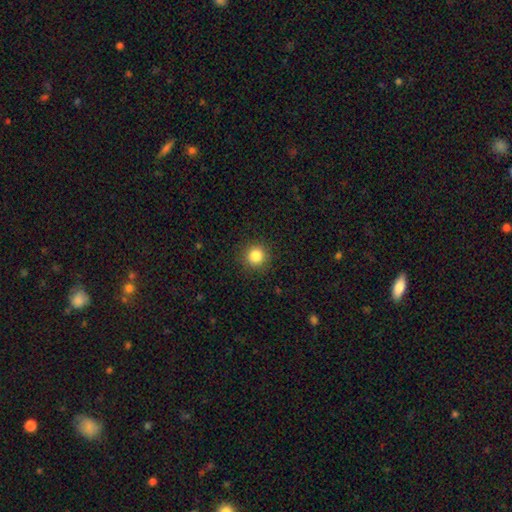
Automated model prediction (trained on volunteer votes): Overall: smooth (85%). How rounded: round (93%). Merging: none (91%).